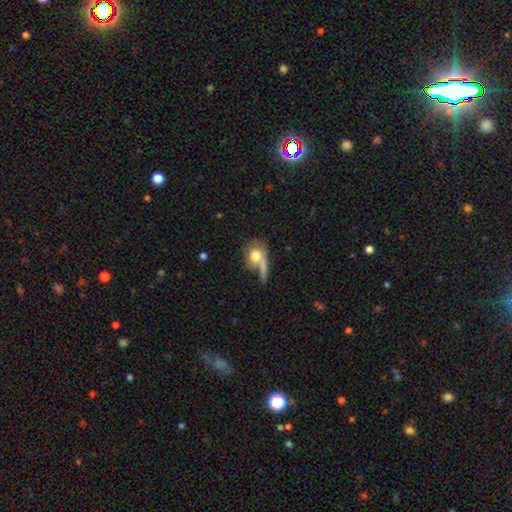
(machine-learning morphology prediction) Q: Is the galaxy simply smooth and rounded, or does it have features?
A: smooth — 70%.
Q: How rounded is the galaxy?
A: round — 58%.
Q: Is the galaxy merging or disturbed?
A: none — 35%.